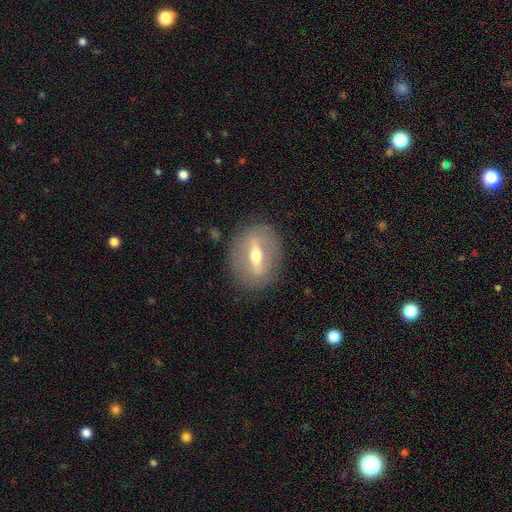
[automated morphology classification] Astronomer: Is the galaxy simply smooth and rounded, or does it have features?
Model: featured or disk — 61%.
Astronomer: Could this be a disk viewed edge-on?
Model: no — 70%.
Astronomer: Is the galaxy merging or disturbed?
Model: none — 84%.